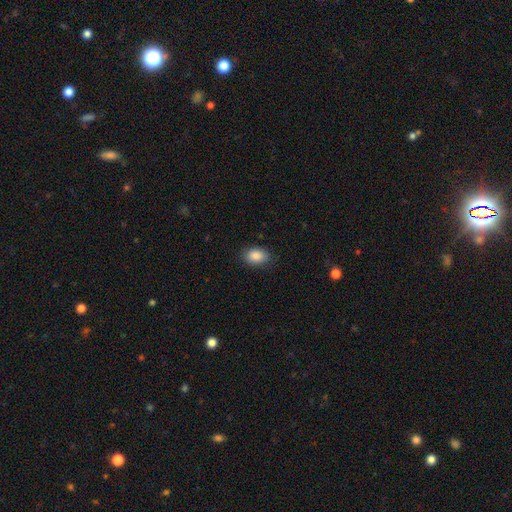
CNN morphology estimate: A smooth galaxy with no disk features (88%) that is in between round and cigar-shaped (79%).

Vote fractions:
- Smooth or featured? smooth: 88% / star or artifact: 8% / featured or disk: 4%
- How rounded? in between: 79% / round: 19% / cigar-shaped: 1%
- Merging? none: 82% / minor disturbance: 14% / major disturbance: 3% / merger: 1%